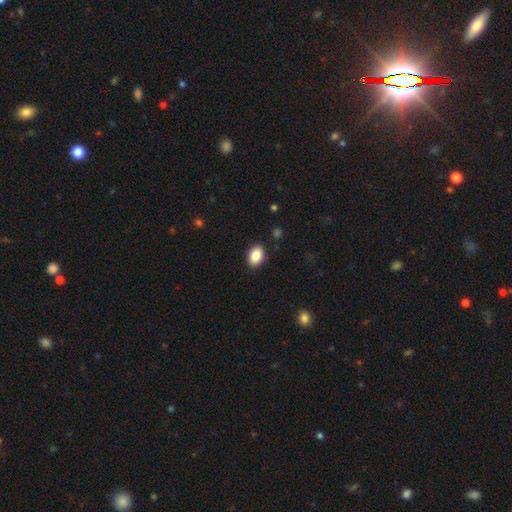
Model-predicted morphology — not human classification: This is clearly a smooth galaxy (88%). How rounded: clearly in between (85%). Merging: clearly none (89%).